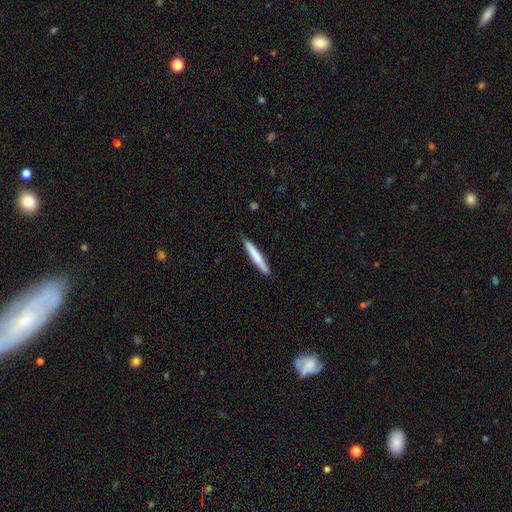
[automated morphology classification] Overall: smooth (72%). How rounded: cigar-shaped (95%). Merging: none (89%).